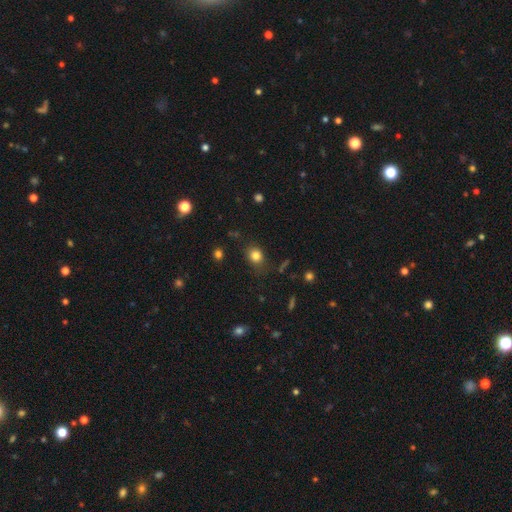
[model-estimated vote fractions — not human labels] A smooth galaxy with no disk features (81%) that is round (66%).

Vote fractions:
- Smooth or featured? smooth: 81% / star or artifact: 12% / featured or disk: 7%
- How rounded? round: 66% / in between: 32% / cigar-shaped: 1%
- Merging? none: 79% / minor disturbance: 15% / major disturbance: 5% / merger: 2%